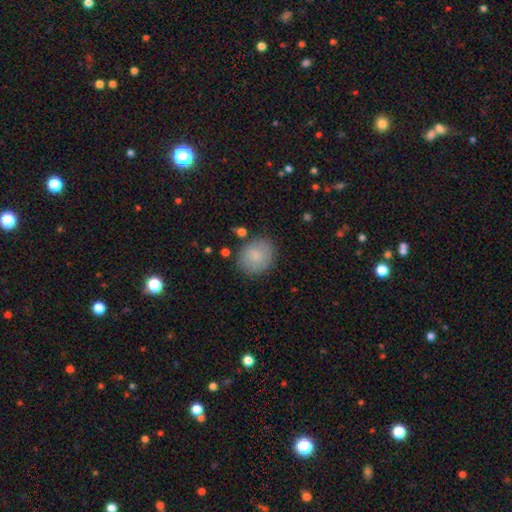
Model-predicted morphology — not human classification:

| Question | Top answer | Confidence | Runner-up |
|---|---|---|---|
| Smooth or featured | smooth | 80% | featured or disk (12%) |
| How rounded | round | 71% | in between (28%) |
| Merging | none | 80% | minor disturbance (14%) |